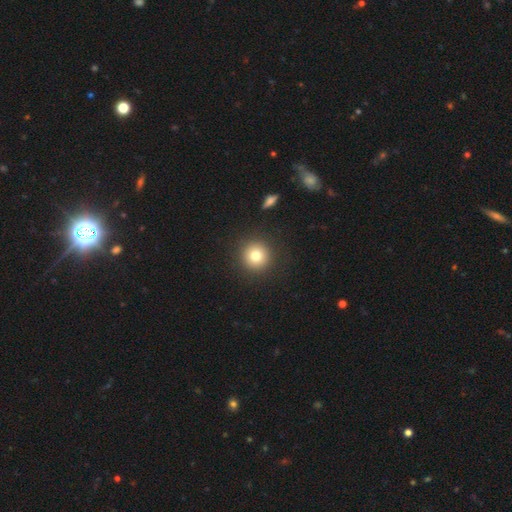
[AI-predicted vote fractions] Morphology: type=smooth (78%); roundness=round (95%); merging=none (90%).